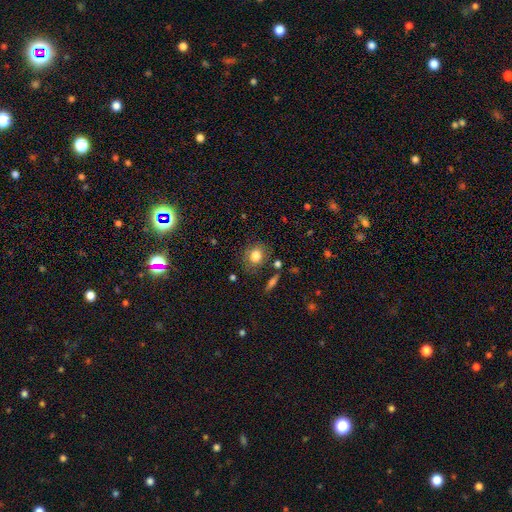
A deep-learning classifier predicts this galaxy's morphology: smooth_or_featured: smooth (p=0.80) [alt: star or artifact p=0.10]
how_rounded: round (p=0.66) [alt: in between p=0.32]
merging: none (p=0.79) [alt: minor disturbance p=0.13]